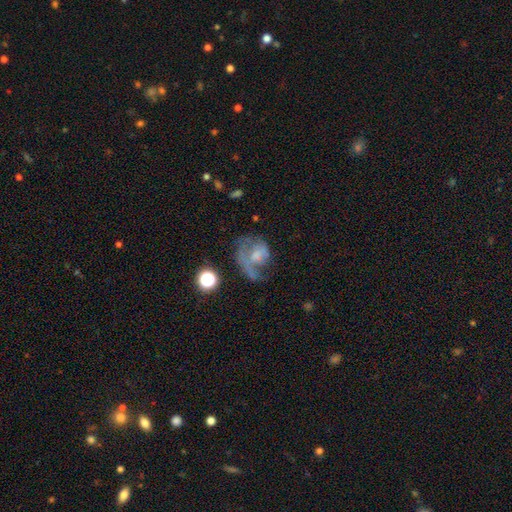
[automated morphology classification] smooth_or_featured: featured or disk (p=0.53) [alt: smooth p=0.34]
disk_edge_on: no (p=0.97) [alt: yes p=0.03]
bar: no (p=0.75) [alt: weak p=0.21]
has_spiral_arms: yes (p=0.56) [alt: no p=0.44]
bulge_size: moderate (p=0.33) [alt: none p=0.29]
merging: major disturbance (p=0.43) [alt: none p=0.31]